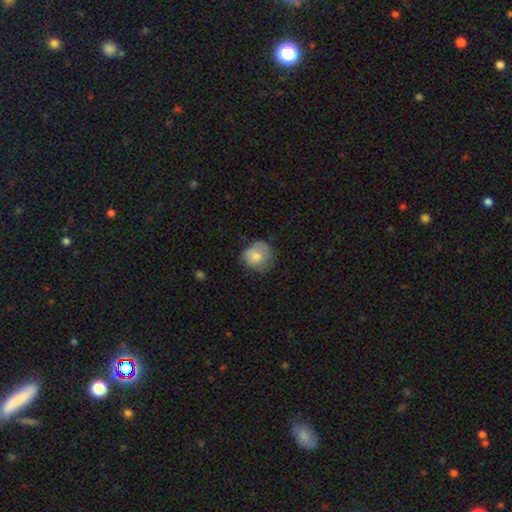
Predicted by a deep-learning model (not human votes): Smooth or featured: smooth — 73% (featured or disk — 19%)
How rounded: round — 81% (in between — 19%)
Merging: none — 55% (minor disturbance — 32%)